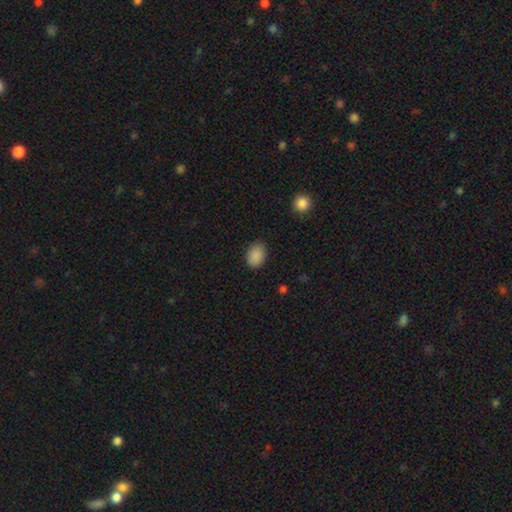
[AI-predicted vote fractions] Smooth or featured? Predicted: smooth (p=0.89). How rounded? Predicted: in between (p=0.71). Merging? Predicted: none (p=0.83).